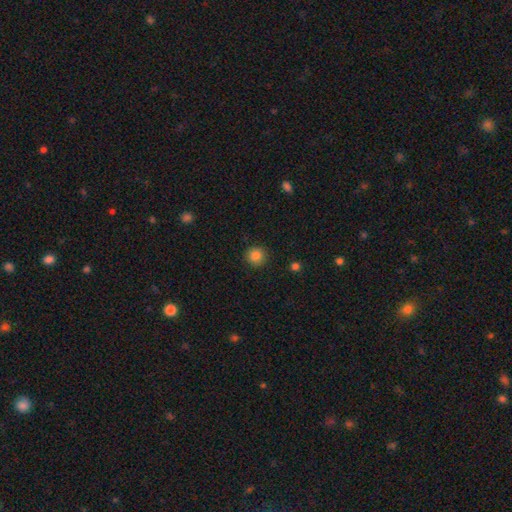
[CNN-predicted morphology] smooth-or-featured: smooth: 85% | star or artifact: 11% | featured or disk: 5%
  how-rounded: round: 92% | in between: 7% | cigar-shaped: 1%
  merging: none: 91% | minor disturbance: 6% | major disturbance: 2% | merger: 1%